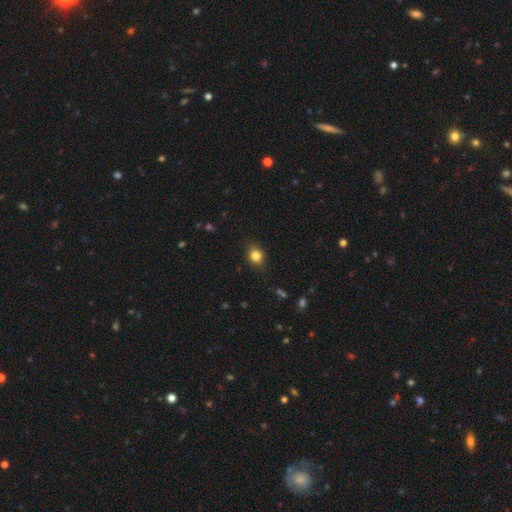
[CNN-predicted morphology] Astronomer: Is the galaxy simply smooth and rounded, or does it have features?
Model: smooth — 83%.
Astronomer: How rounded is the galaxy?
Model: round — 62%.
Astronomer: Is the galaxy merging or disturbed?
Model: none — 85%.